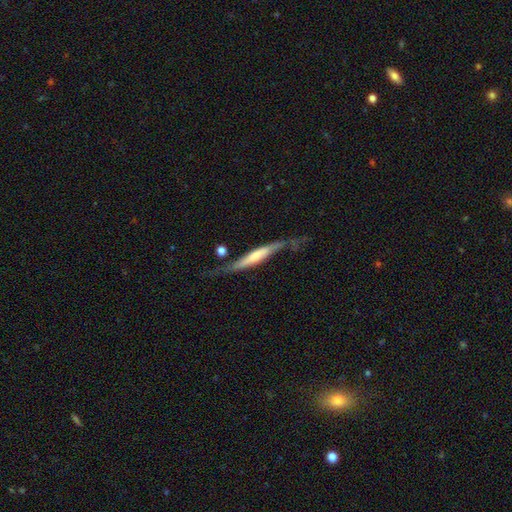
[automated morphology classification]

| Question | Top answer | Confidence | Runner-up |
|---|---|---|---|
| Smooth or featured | featured or disk | 58% | smooth (37%) |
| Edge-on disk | yes | 83% | no (17%) |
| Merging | none | 53% | minor disturbance (26%) |